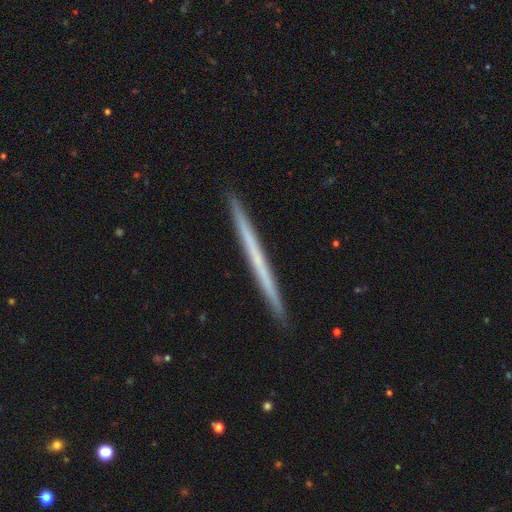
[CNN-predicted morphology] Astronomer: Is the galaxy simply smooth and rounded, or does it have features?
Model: featured or disk — 53% (runner-up: smooth, 42%).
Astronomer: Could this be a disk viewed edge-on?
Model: yes — 98%.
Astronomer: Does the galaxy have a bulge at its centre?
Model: none — 94%.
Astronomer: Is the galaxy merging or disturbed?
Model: none — 93%.